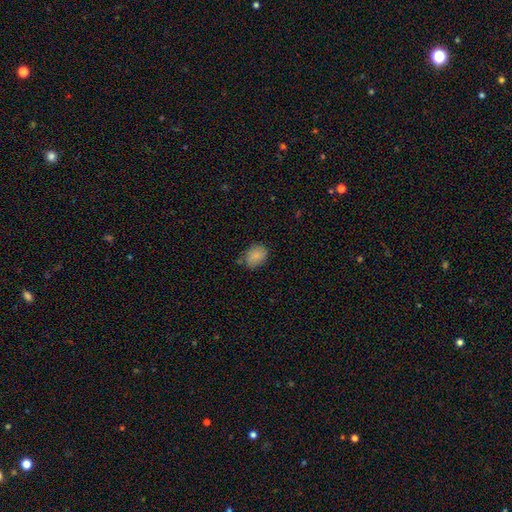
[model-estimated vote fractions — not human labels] This is clearly a smooth galaxy (85%). How rounded: likely in between (66%). Merging: likely none (69%).